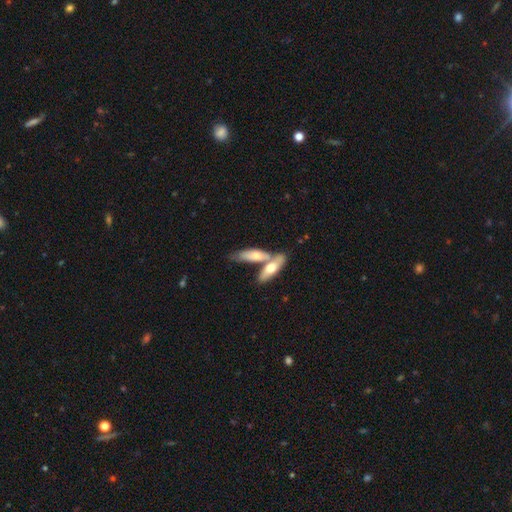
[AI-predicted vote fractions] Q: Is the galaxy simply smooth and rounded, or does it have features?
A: smooth — 65%.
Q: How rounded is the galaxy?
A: cigar-shaped — 49%, tied with in between.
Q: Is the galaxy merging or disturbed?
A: merger — 52%.